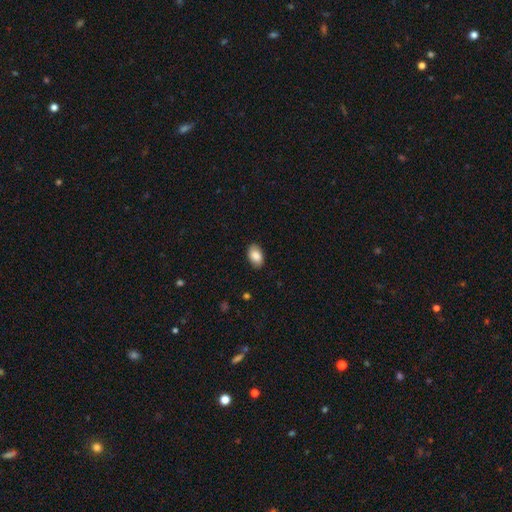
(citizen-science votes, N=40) smooth 92%, featured or disk 5%, star or artifact 2%. Down the decision tree: how rounded — in between (95%); merging — none (87%).